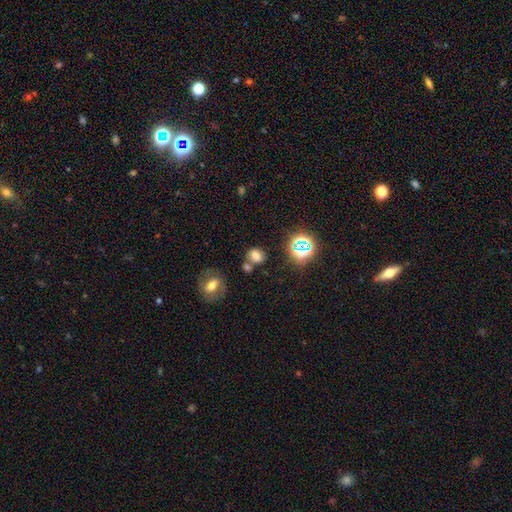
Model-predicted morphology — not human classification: Smooth or featured: smooth — 66% (star or artifact — 24%)
How rounded: round — 53% (in between — 45%)
Merging: none — 62% (merger — 23%)